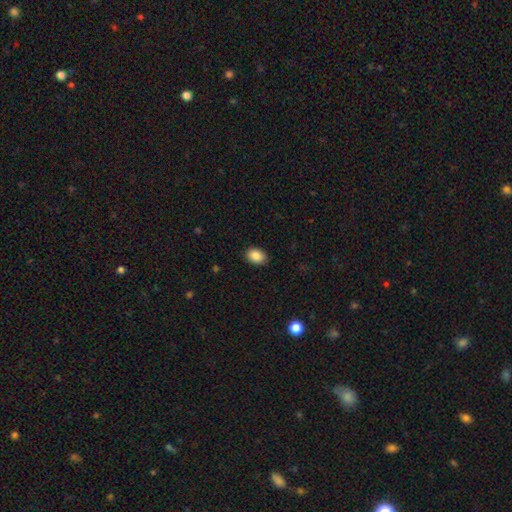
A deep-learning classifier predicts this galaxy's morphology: Smooth or featured?
  - smooth: 88% *
  - star or artifact: 8%
  - featured or disk: 5%
How rounded?
  - in between: 78% *
  - round: 21%
  - cigar-shaped: 1%
Merging?
  - none: 88% *
  - minor disturbance: 9%
  - major disturbance: 2%
  - merger: 1%